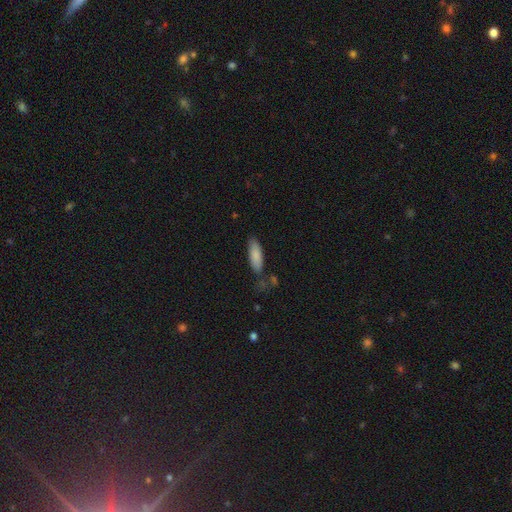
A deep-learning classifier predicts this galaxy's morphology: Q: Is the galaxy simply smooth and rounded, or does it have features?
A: smooth — 85%.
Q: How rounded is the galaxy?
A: in between — 60%.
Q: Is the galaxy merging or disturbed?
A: none — 74%.